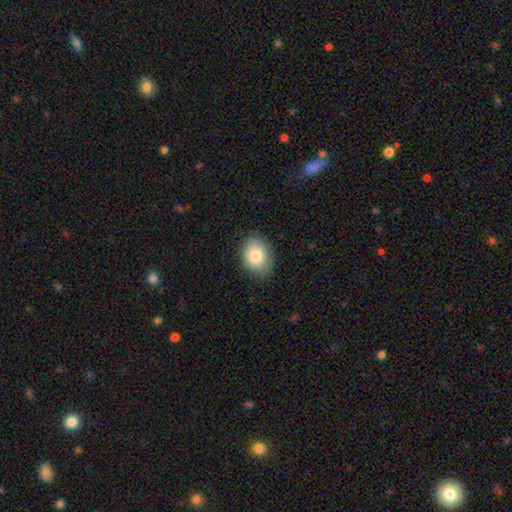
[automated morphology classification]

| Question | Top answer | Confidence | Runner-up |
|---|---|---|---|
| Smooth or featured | smooth | 81% | featured or disk (10%) |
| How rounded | in between | 61% | round (38%) |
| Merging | none | 73% | minor disturbance (22%) |